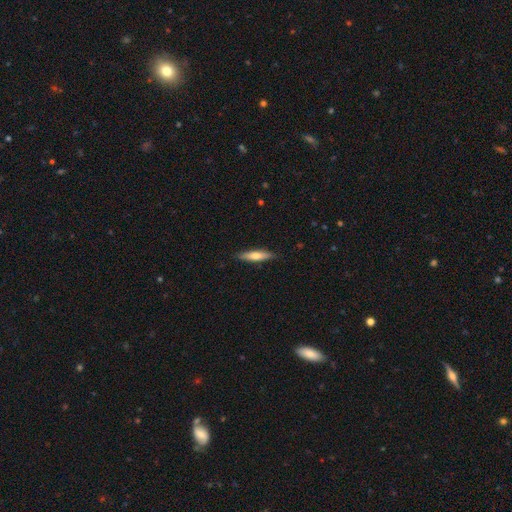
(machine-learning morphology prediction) Overall: smooth (62%; featured or disk 32%). How rounded: cigar-shaped (81%). Merging: none (87%).